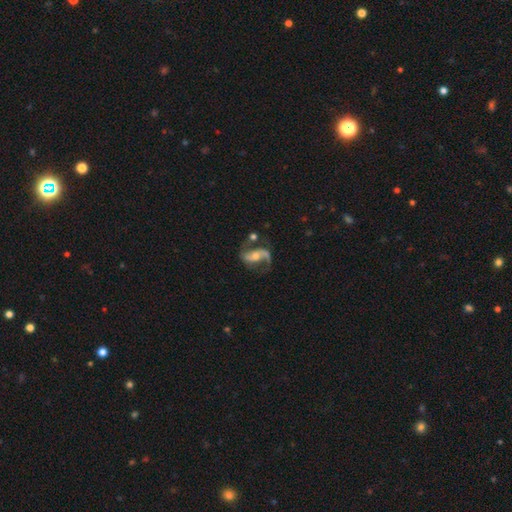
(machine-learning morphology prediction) A featured or disk galaxy (84%) with no bar (35%), 2 (88%) loose (55%) spiral arms (94%) and a moderate central bulge (53%).

Vote fractions:
- Smooth or featured? featured or disk: 84% / smooth: 10% / star or artifact: 6%
- Edge-on disk? no: 96% / yes: 4%
- Bar? no: 35% / weak: 34% / strong: 31%
- Spiral arms? yes: 94% / no: 6%
- Spiral winding? loose: 55% / medium: 36% / tight: 9%
- Spiral arm count? 2: 88% / 1: 6% / can't tell: 3% / 3: 1% / 4: 1% / more than 4: 1%
- Bulge size? moderate: 53% / small: 39% / large: 4% / none: 3% / dominant: 1%
- Merging? none: 61% / minor disturbance: 18% / major disturbance: 14% / merger: 8%